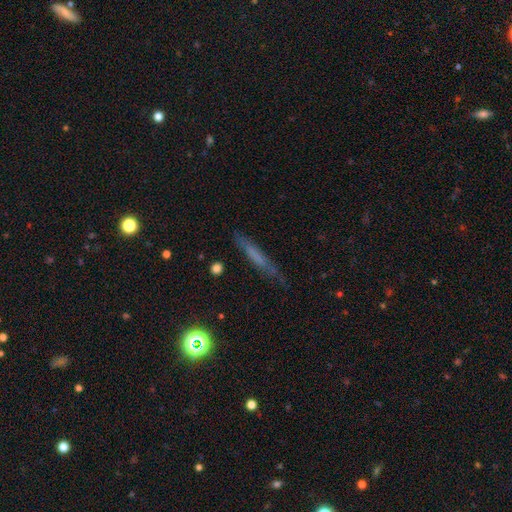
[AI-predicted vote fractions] Smooth or featured: smooth — 50% (featured or disk — 36%)
How rounded: cigar-shaped — 90% (in between — 8%)
Merging: none — 75% (minor disturbance — 17%)